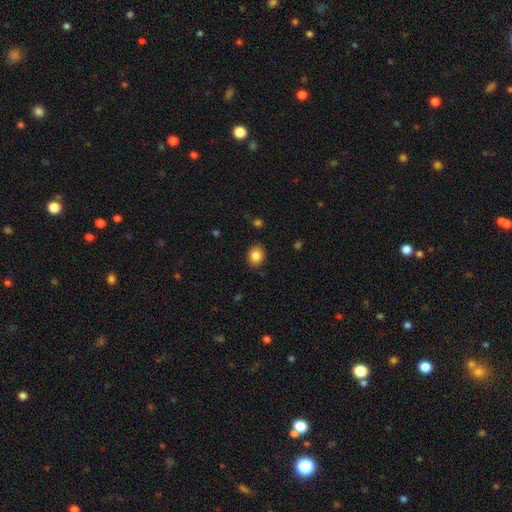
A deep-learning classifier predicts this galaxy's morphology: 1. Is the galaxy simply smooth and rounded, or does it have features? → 86% smooth, 9% star or artifact, 5% featured or disk.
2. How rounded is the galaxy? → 66% round, 33% in between, 1% cigar-shaped.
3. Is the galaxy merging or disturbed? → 87% none, 9% minor disturbance, 2% major disturbance, 1% merger.